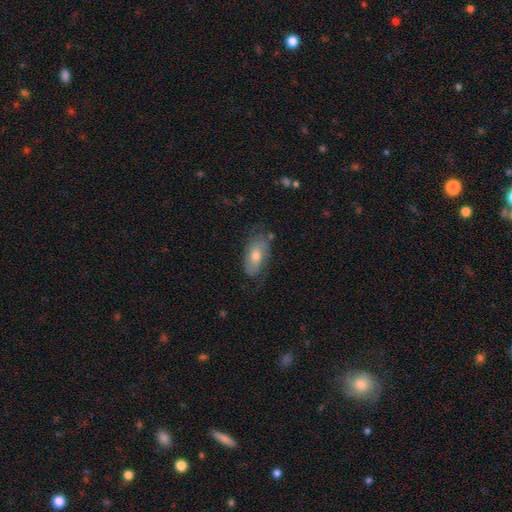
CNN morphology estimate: Smooth or featured?
  - smooth: 51% *
  - featured or disk: 41%
  - star or artifact: 8%
How rounded?
  - in between: 88% *
  - cigar-shaped: 7%
  - round: 5%
Merging?
  - none: 63% *
  - minor disturbance: 25%
  - major disturbance: 10%
  - merger: 2%